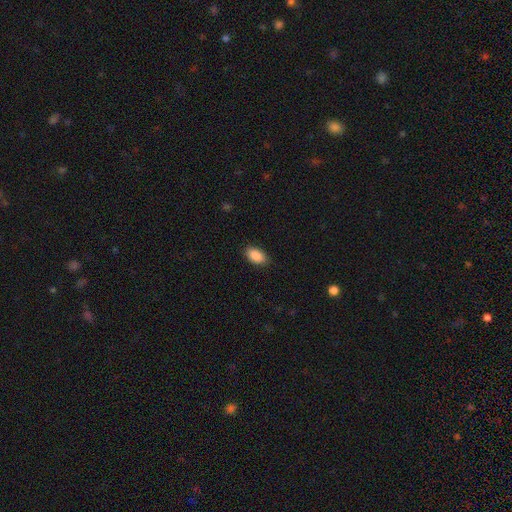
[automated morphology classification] This is clearly a smooth galaxy (90%). How rounded: clearly in between (93%). Merging: clearly none (86%).